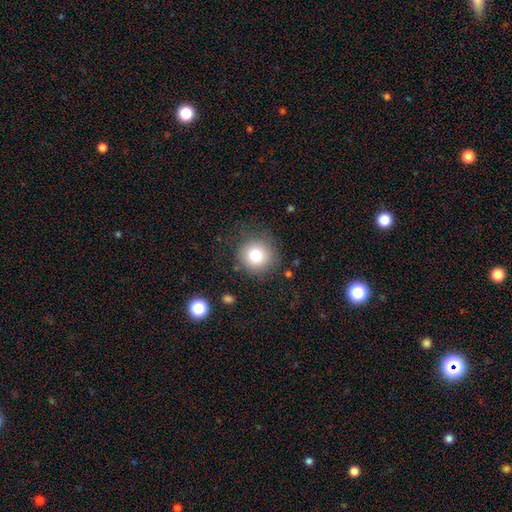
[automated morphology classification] Q: Smooth or featured?
A: smooth (78%); runner-up: star or artifact (12%)
Q: How rounded?
A: round (93%); runner-up: in between (6%)
Q: Merging?
A: none (82%); runner-up: minor disturbance (11%)